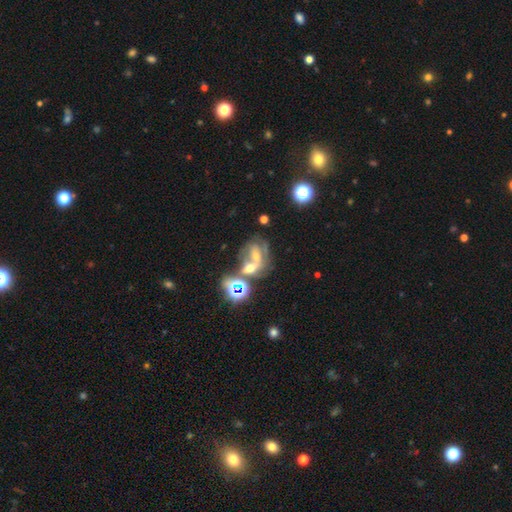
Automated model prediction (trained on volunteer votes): This is possibly a featured or disk galaxy (47%). Merging: possibly merger (51%).